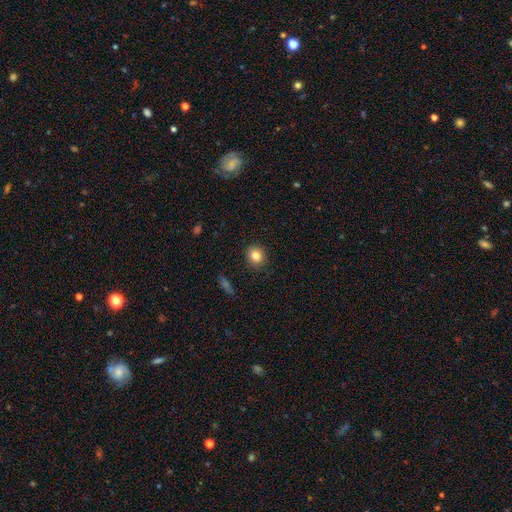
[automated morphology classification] A smooth galaxy with no disk features (83%) that is round (83%). Merging: none (89%).